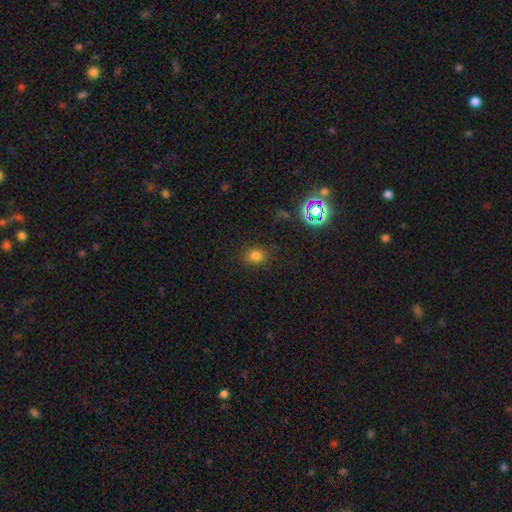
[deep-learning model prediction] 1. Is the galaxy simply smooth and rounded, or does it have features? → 76% smooth, 17% star or artifact, 6% featured or disk.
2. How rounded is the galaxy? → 63% round, 36% in between, 1% cigar-shaped.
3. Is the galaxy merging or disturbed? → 85% none, 10% minor disturbance, 3% major disturbance, 1% merger.